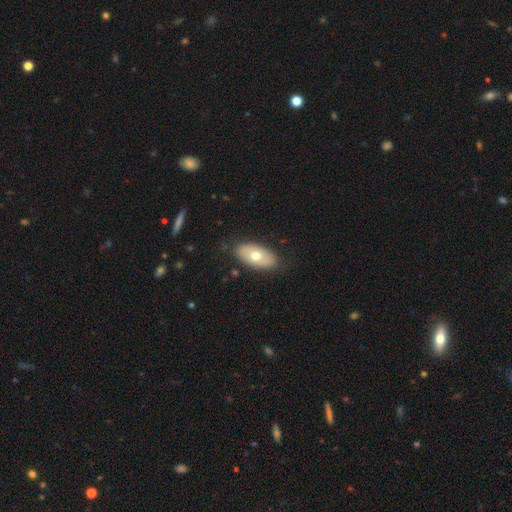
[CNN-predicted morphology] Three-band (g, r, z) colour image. It shows a smooth galaxy with no disk features (64%) that is in between round and cigar-shaped (93%). Merging: none (83%).